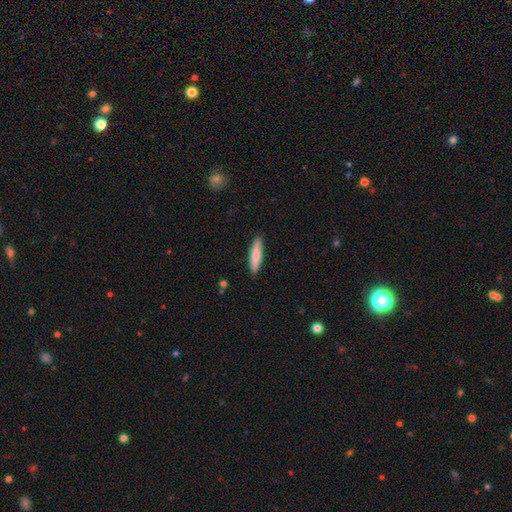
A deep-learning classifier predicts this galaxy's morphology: The model was most divided on "how rounded": cigar-shaped: 81%, in between: 18%, round: 1%. More confident: merging — none (89%); smooth or featured — smooth (80%).